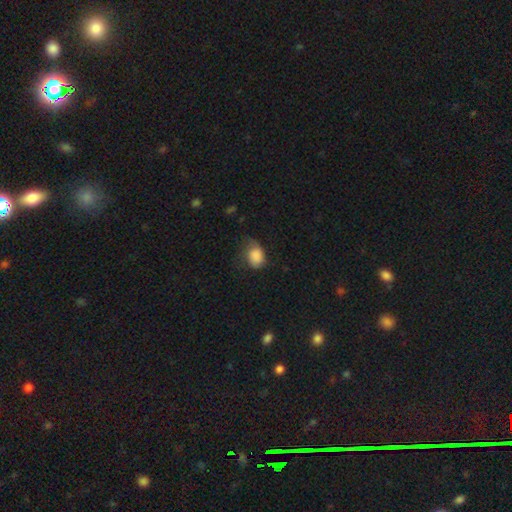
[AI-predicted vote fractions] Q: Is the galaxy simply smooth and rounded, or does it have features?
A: smooth — 81%.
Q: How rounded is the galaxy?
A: in between — 68%.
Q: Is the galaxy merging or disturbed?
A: minor disturbance — 38%.